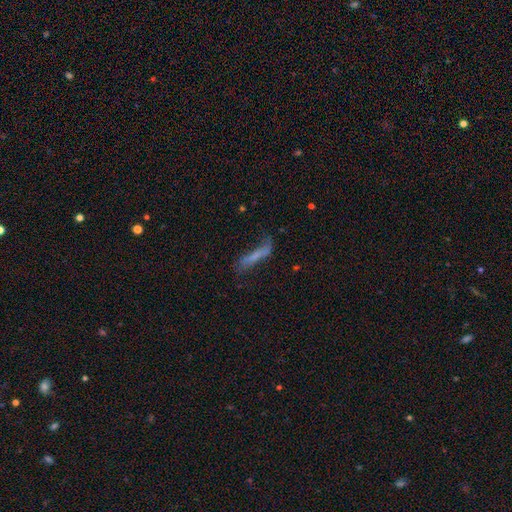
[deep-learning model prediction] Overall: smooth (49%; featured or disk 39%). Merging: none (42%; minor disturbance 27%).